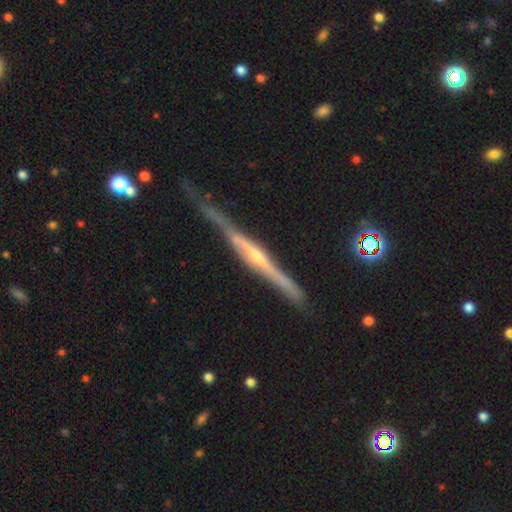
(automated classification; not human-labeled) This is clearly a featured or disk galaxy (82%). It is clearly viewed edge-on (97%). Edge-on bulge: likely rounded (63%). Merging: likely none (68%).